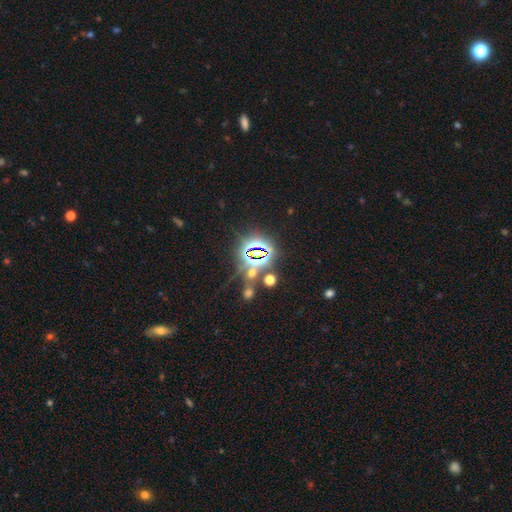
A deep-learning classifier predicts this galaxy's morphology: A star or artifact, not a galaxy (79%).

Vote fractions:
- Smooth or featured? star or artifact: 79% / smooth: 12% / featured or disk: 9%